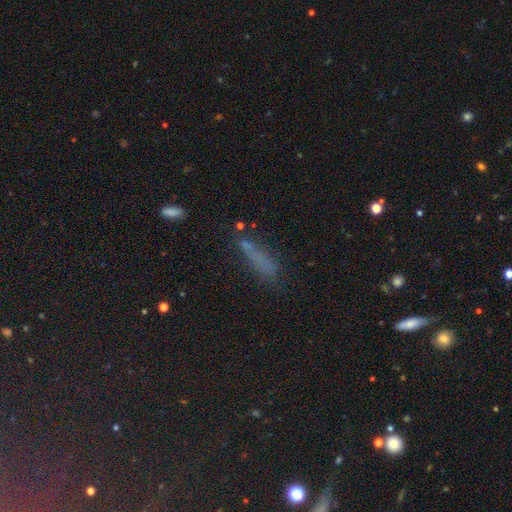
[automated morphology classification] smooth-or-featured: smooth: 52% | star or artifact: 32% | featured or disk: 16%
  how-rounded: cigar-shaped: 72% | in between: 23% | round: 5%
  merging: none: 67% | minor disturbance: 18% | major disturbance: 8% | merger: 6%